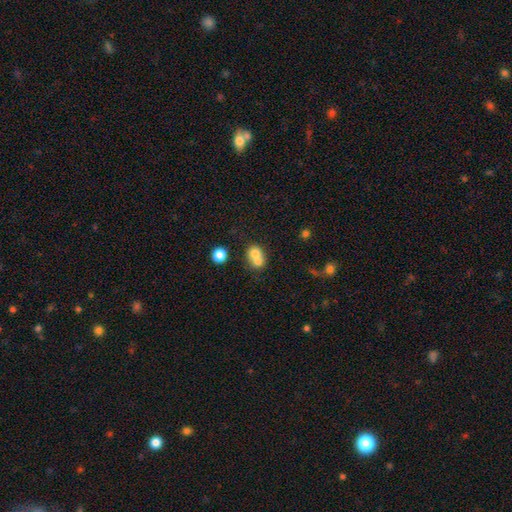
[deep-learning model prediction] A smooth galaxy with no disk features (73%) that is round (67%).

Vote fractions:
- Smooth or featured? smooth: 73% / featured or disk: 17% / star or artifact: 11%
- How rounded? round: 67% / in between: 32% / cigar-shaped: 1%
- Merging? merger: 66% / none: 25% / minor disturbance: 6% / major disturbance: 3%